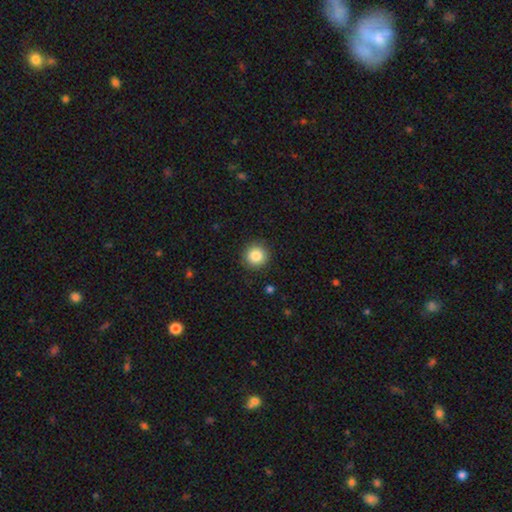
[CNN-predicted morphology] smooth-or-featured: smooth: 86% | star or artifact: 10% | featured or disk: 4%
  how-rounded: round: 95% | in between: 4% | cigar-shaped: 1%
  merging: none: 91% | minor disturbance: 6% | major disturbance: 2% | merger: 1%